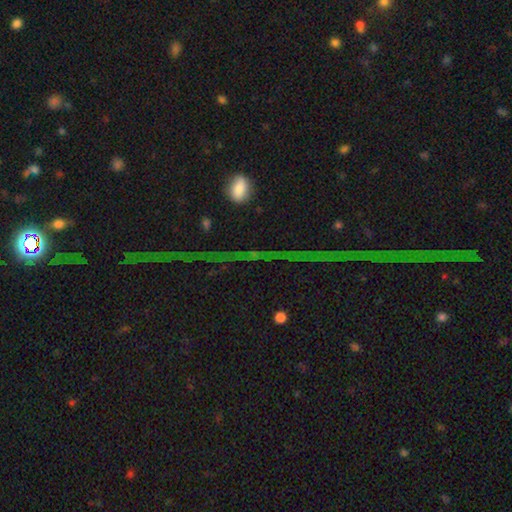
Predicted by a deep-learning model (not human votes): Smooth or featured: star or artifact — 82% (featured or disk — 10%)